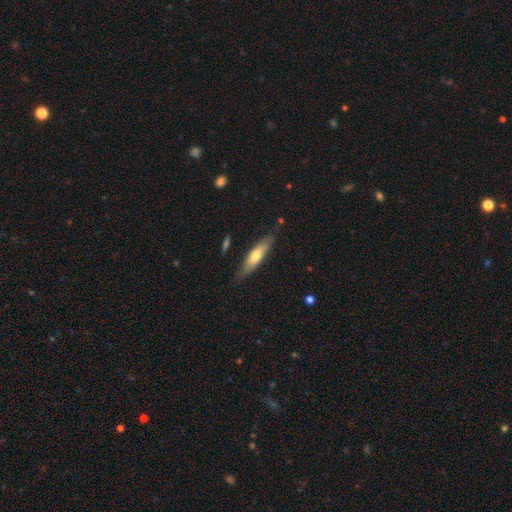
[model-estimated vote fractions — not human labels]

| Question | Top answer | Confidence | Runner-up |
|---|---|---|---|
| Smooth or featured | smooth | 59% | featured or disk (35%) |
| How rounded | cigar-shaped | 66% | in between (32%) |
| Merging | none | 77% | minor disturbance (18%) |